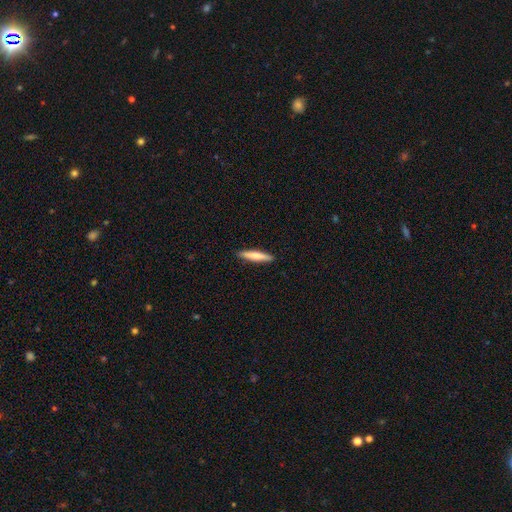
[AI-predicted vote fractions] smooth 70%, featured or disk 24%, star or artifact 5%. Down the decision tree: how rounded — cigar-shaped (90%); merging — none (91%).